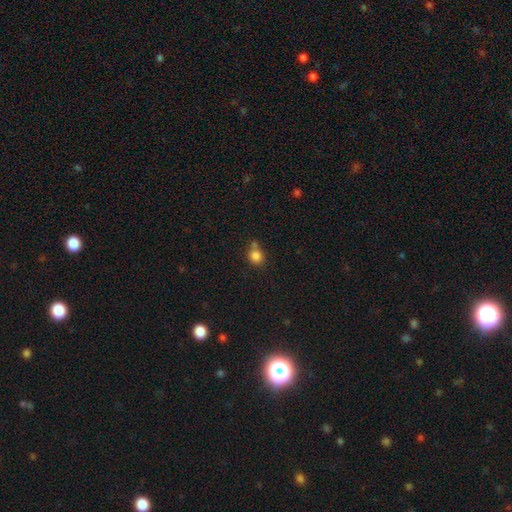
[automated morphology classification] Smooth or featured: smooth — 84% (star or artifact — 11%)
How rounded: round — 77% (in between — 22%)
Merging: none — 58% (merger — 24%)